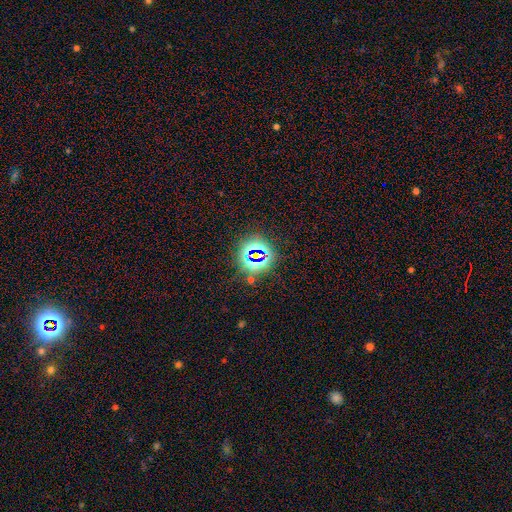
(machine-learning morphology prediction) This appears to be a star or artifact, not a galaxy (73%).